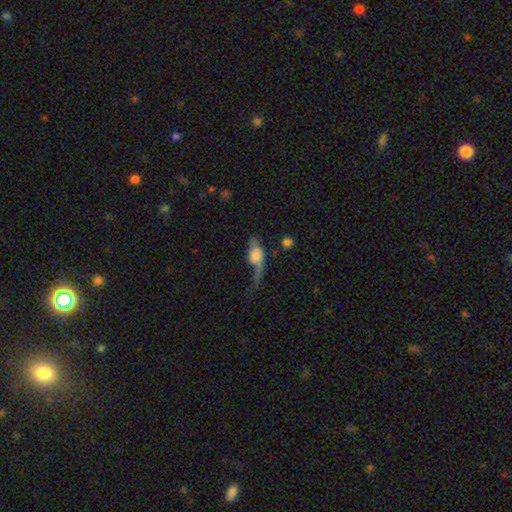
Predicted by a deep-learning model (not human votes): Morphology: type=featured or disk (52%); edge-on=no (61%); merging=major disturbance (43%).